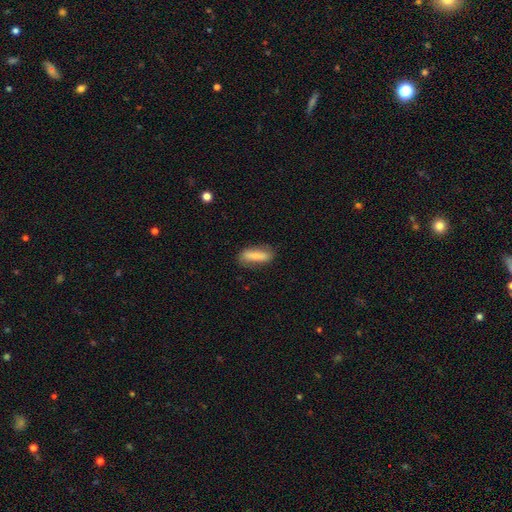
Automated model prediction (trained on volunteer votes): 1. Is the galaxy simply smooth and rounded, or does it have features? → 74% smooth, 19% featured or disk, 7% star or artifact.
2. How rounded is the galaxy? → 51% cigar-shaped, 46% in between, 2% round.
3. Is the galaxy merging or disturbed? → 77% none, 16% minor disturbance, 5% major disturbance, 2% merger.